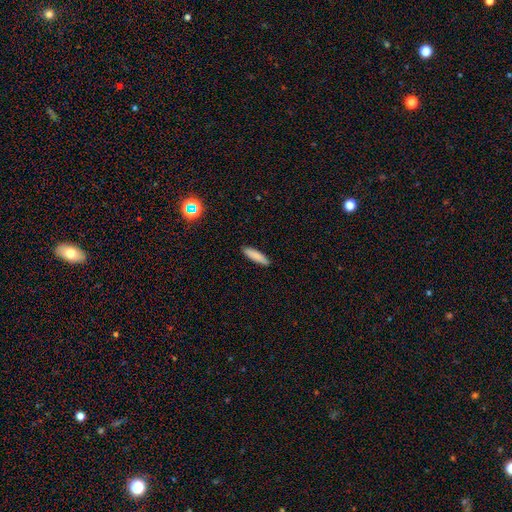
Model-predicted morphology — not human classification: This appears to be a smooth galaxy with no disk features (86%) that is cigar-shaped (73%). Merging: none (90%).